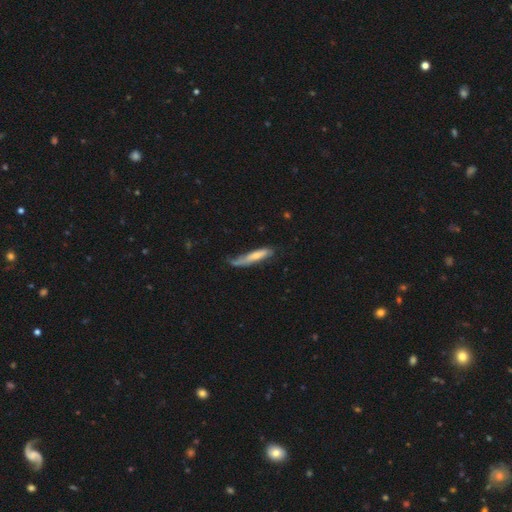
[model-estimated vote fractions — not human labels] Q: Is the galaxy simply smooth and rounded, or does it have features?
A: smooth — 62%.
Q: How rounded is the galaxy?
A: cigar-shaped — 82%.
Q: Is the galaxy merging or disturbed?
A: none — 43%.